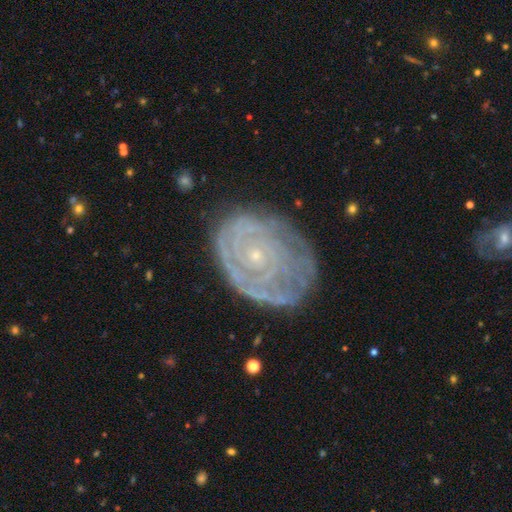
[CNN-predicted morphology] smooth-or-featured: featured or disk: 77% | smooth: 16% | star or artifact: 8%
  disk-edge-on: no: 97% | yes: 3%
    bar: no: 85% | weak: 12% | strong: 3%
    has-spiral-arms: yes: 78% | no: 22%
      spiral-winding: tight: 77% | medium: 16% | loose: 6%
      spiral-arm-count: can't tell: 52% | 2: 16% | 3: 11% | 4: 7% | 1: 7% | more than 4: 6%
    bulge-size: small: 85% | moderate: 11% | none: 2% | large: 1% | dominant: 1%
  merging: none: 67% | minor disturbance: 22% | major disturbance: 10% | merger: 2%